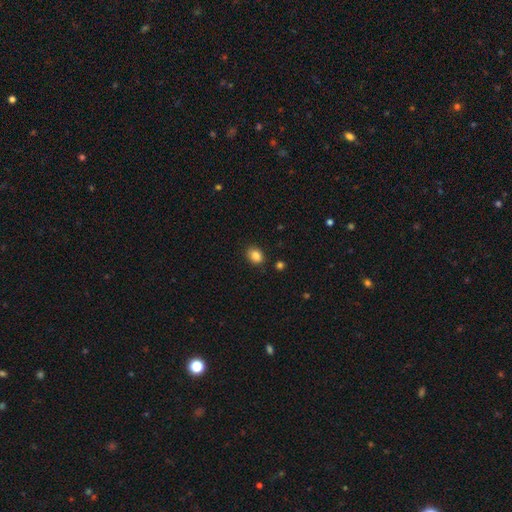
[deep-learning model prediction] Morphology: type=smooth (85%); roundness=in between (57%); merging=none (86%).